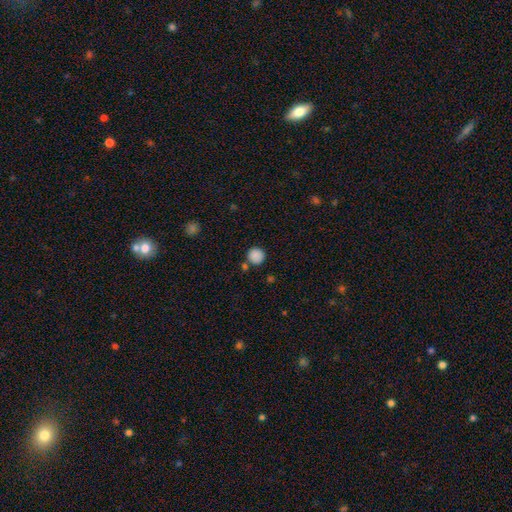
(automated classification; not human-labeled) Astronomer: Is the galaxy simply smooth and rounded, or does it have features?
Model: smooth — 87%.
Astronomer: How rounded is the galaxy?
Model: round — 92%.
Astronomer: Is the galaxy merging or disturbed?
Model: none — 80%.